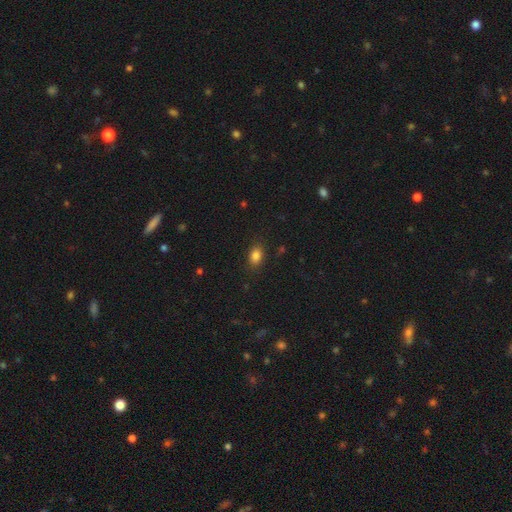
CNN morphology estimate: Smooth or featured: smooth — 84% (star or artifact — 11%)
How rounded: in between — 79% (round — 19%)
Merging: none — 85% (minor disturbance — 11%)